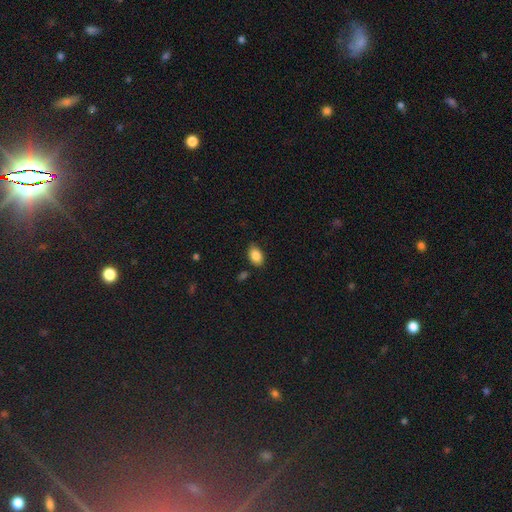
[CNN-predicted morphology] type=smooth (86%); roundness=in between (87%); merging=none (79%).